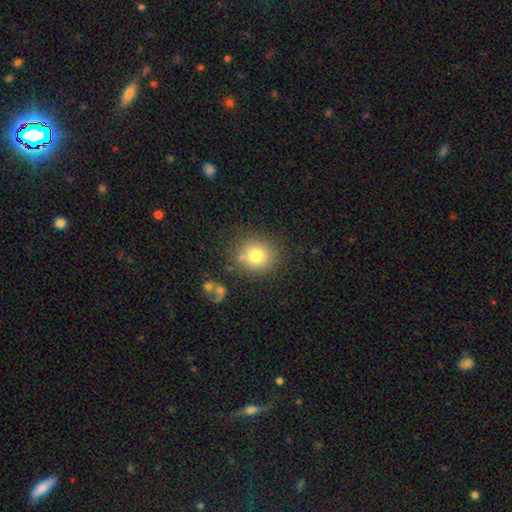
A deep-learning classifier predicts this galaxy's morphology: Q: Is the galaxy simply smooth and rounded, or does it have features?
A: smooth — 78%.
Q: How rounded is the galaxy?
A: round — 86%.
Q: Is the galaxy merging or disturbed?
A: none — 81%.